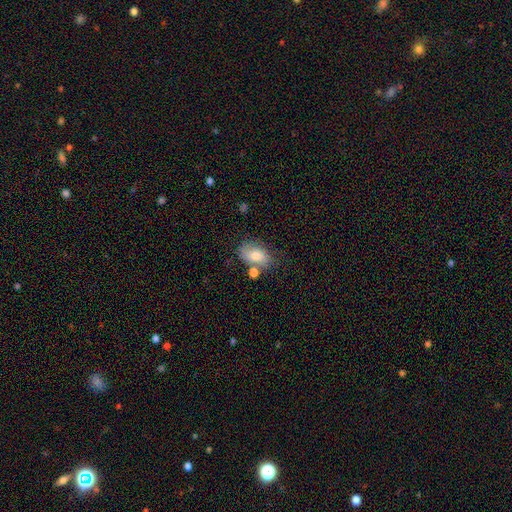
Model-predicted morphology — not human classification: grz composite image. It shows a smooth galaxy with no disk features (73%) that is in between round and cigar-shaped (88%). Merging: none (55%).